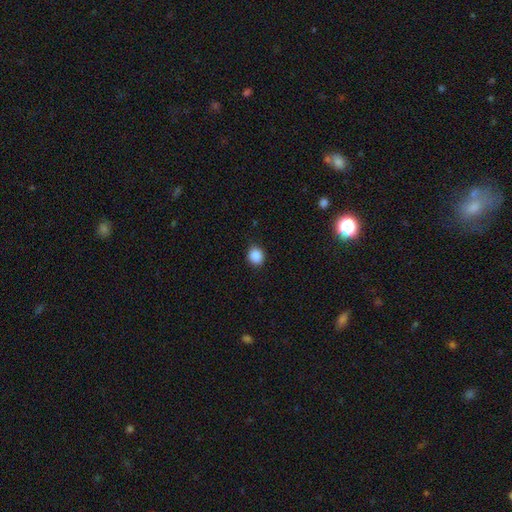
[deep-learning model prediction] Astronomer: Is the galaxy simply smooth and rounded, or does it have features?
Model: smooth — 88%.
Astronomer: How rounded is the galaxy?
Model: round — 77%.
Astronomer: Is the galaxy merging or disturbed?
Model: none — 88%.